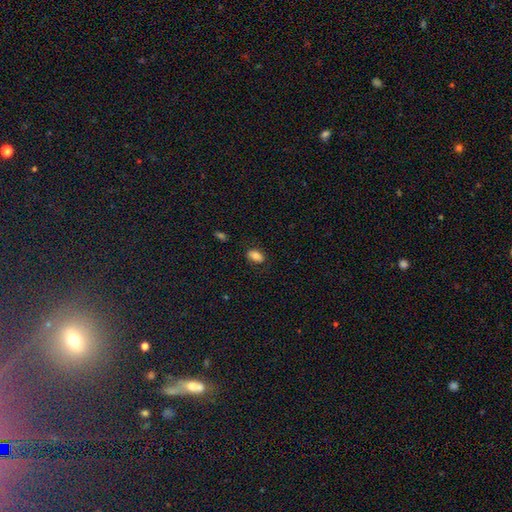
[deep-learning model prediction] Q: Smooth or featured?
A: smooth (79%); runner-up: featured or disk (12%)
Q: How rounded?
A: in between (90%); runner-up: round (8%)
Q: Merging?
A: none (80%); runner-up: minor disturbance (15%)